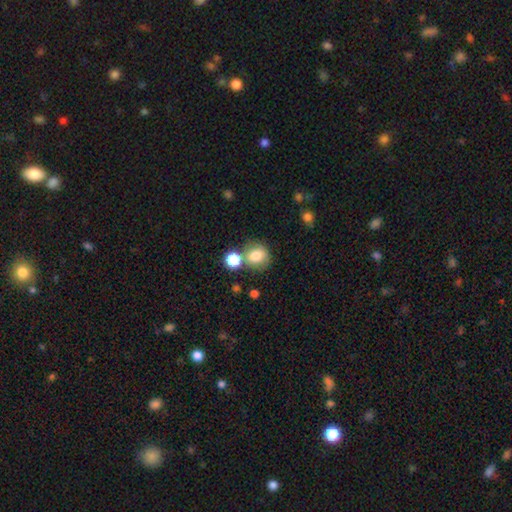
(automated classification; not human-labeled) smooth_or_featured: smooth (p=0.78) [alt: featured or disk p=0.12]
how_rounded: round (p=0.81) [alt: in between p=0.18]
merging: none (p=0.59) [alt: merger p=0.23]